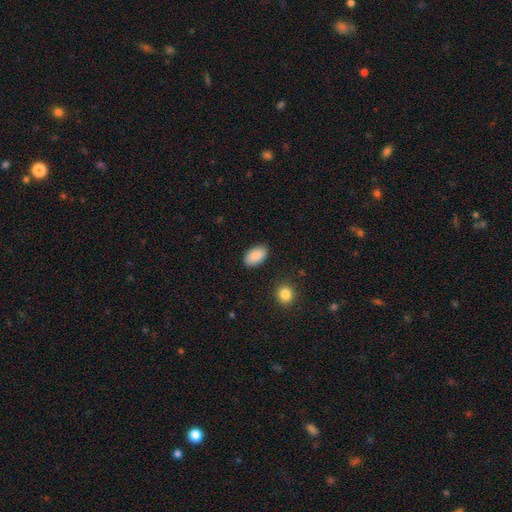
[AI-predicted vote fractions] The model was most divided on "merging": none: 87%, minor disturbance: 9%, major disturbance: 2%, merger: 1%. More confident: how rounded — in between (94%); smooth or featured — smooth (89%).